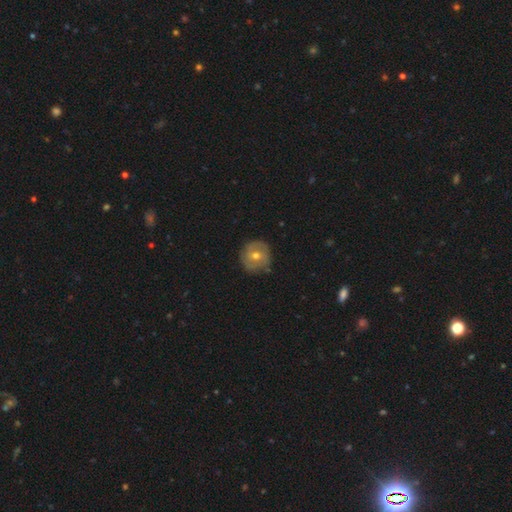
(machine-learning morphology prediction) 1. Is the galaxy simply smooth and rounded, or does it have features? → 58% featured or disk, 34% smooth, 8% star or artifact.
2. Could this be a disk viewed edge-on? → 96% no, 4% yes.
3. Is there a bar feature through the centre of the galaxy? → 60% no, 31% weak, 9% strong.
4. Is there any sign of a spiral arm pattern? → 65% yes, 35% no.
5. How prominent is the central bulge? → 72% moderate, 23% small, 3% large, 1% none, 1% dominant.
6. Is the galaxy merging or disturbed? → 78% none, 17% minor disturbance, 4% major disturbance, 1% merger.